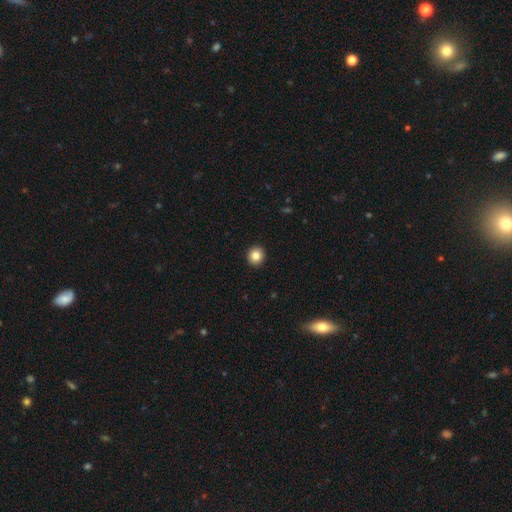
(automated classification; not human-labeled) smooth 84%, star or artifact 10%, featured or disk 6%. Down the decision tree: how rounded — round (87%); merging — none (93%).